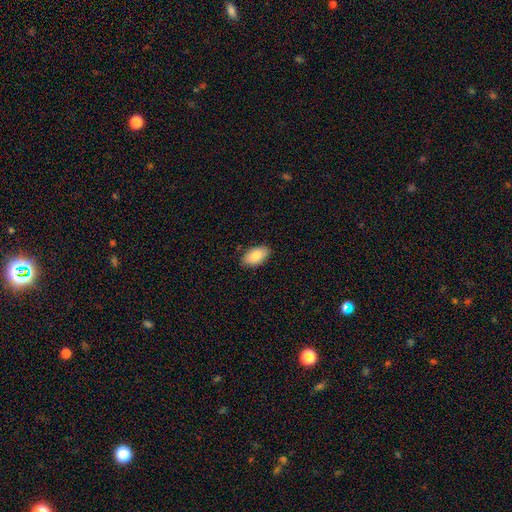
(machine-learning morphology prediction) The model was most divided on "merging": none: 85%, minor disturbance: 12%, major disturbance: 2%, merger: 1%. More confident: how rounded — in between (94%); smooth or featured — smooth (87%).